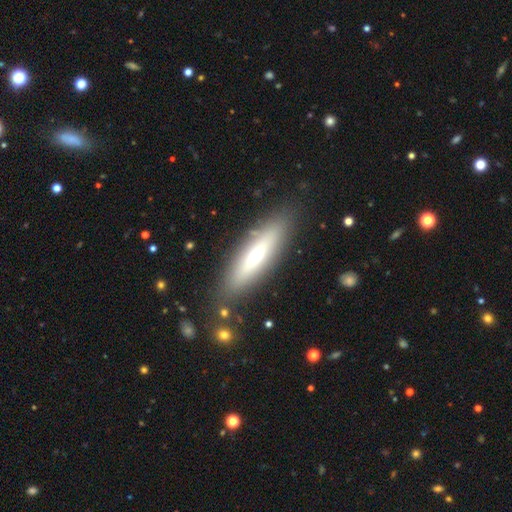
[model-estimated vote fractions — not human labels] Smooth or featured: featured or disk — 47% (smooth — 45%)
Merging: none — 85% (minor disturbance — 10%)